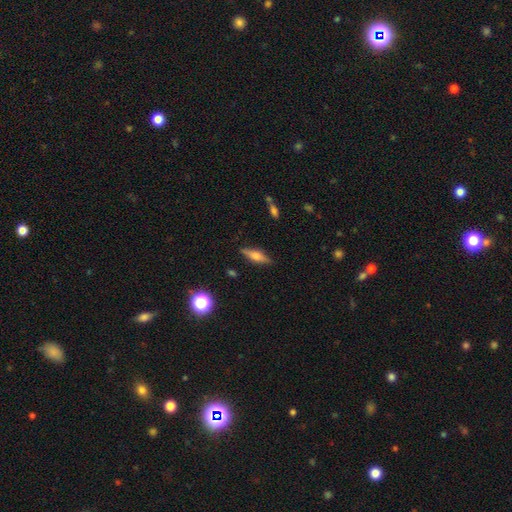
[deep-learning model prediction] Q: Smooth or featured?
A: featured or disk (48%); runner-up: smooth (43%)
Q: Merging?
A: none (86%); runner-up: minor disturbance (10%)